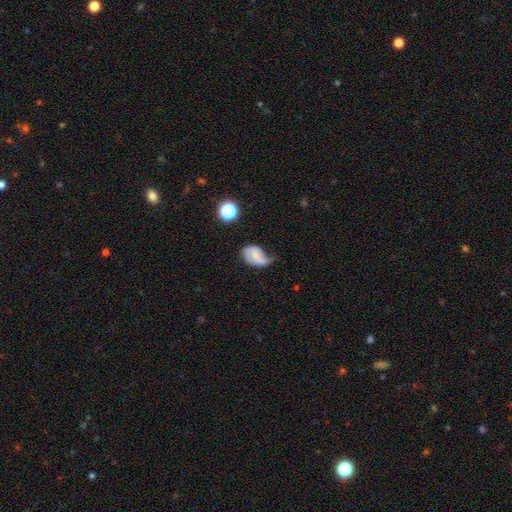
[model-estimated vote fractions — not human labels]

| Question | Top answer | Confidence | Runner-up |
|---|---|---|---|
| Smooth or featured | featured or disk | 50% | smooth (41%) |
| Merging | minor disturbance | 38% | none (30%) |